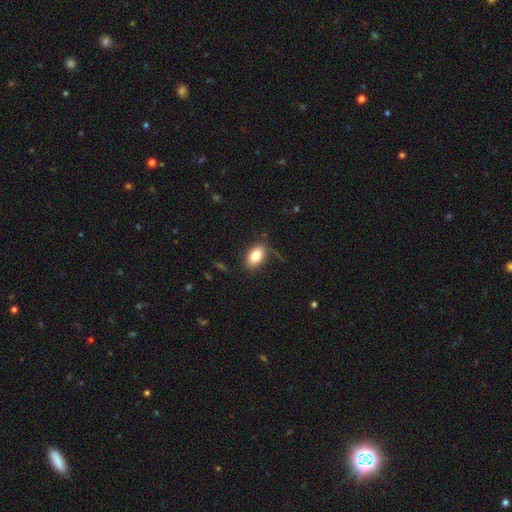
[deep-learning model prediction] smooth_or_featured: smooth (p=0.80) [alt: featured or disk p=0.12]
how_rounded: in between (p=0.90) [alt: round p=0.08]
merging: none (p=0.78) [alt: minor disturbance p=0.15]